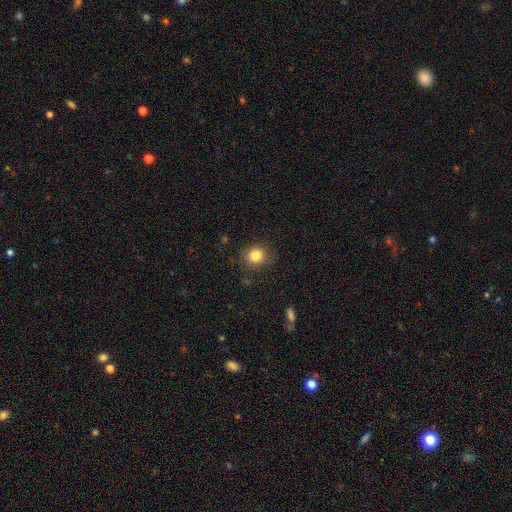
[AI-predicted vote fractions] Q: Smooth or featured?
A: smooth (83%); runner-up: star or artifact (11%)
Q: How rounded?
A: round (87%); runner-up: in between (12%)
Q: Merging?
A: none (87%); runner-up: minor disturbance (9%)